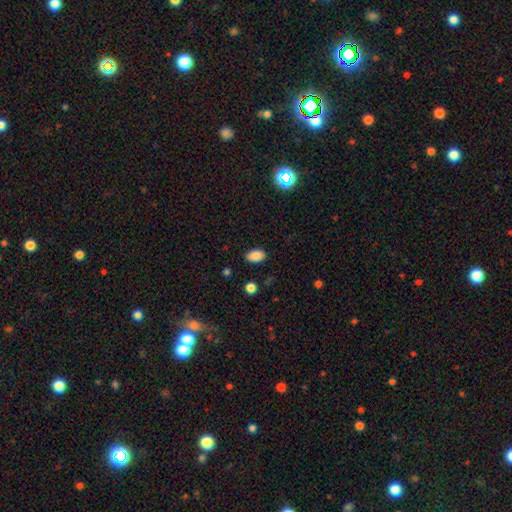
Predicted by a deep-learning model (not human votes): Smooth or featured? smooth (86%)
How rounded? in between (90%)
Merging? none (85%)